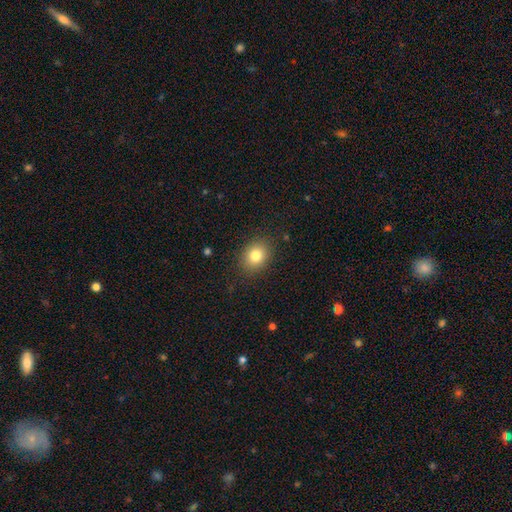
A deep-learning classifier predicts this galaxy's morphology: Smooth or featured?
  - smooth: 81% *
  - star or artifact: 11%
  - featured or disk: 8%
How rounded?
  - round: 51% *
  - in between: 49%
  - cigar-shaped: 1%
Merging?
  - none: 87% *
  - minor disturbance: 9%
  - major disturbance: 3%
  - merger: 1%